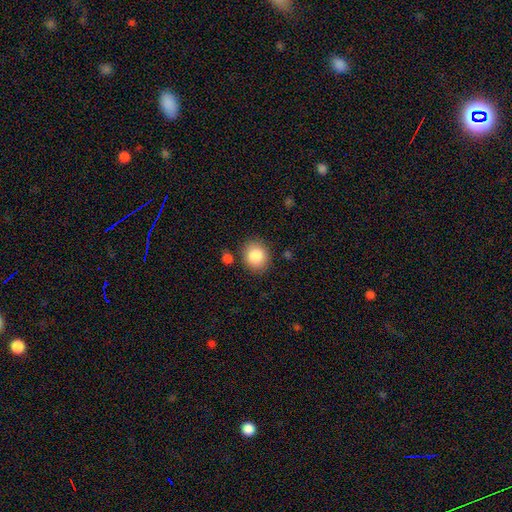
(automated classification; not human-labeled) Q: Smooth or featured?
A: smooth (85%); runner-up: star or artifact (8%)
Q: How rounded?
A: round (72%); runner-up: in between (27%)
Q: Merging?
A: none (85%); runner-up: minor disturbance (9%)